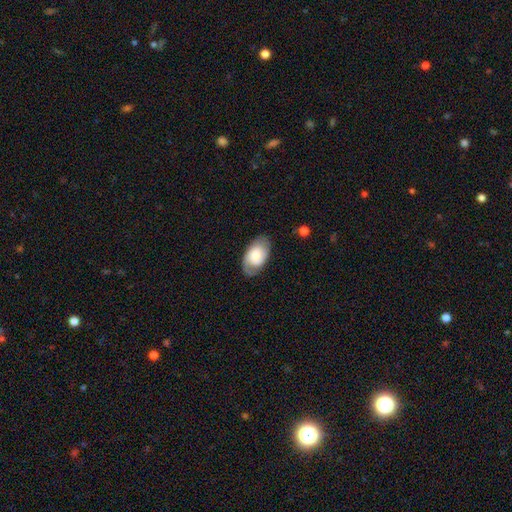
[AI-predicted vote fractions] smooth_or_featured: smooth (p=0.50) [alt: featured or disk p=0.43]
how_rounded: in between (p=0.93) [alt: round p=0.06]
merging: none (p=0.71) [alt: minor disturbance p=0.20]